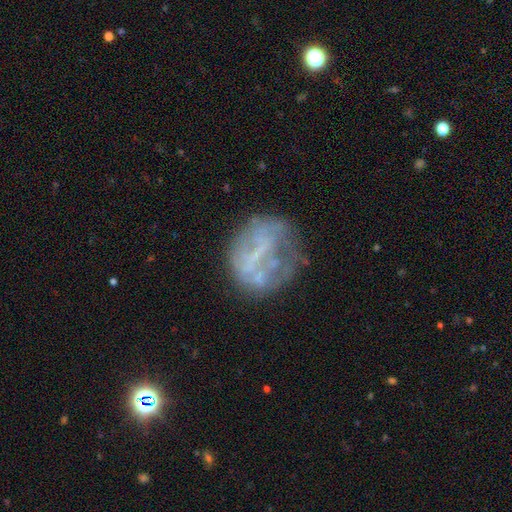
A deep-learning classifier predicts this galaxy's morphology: type=featured or disk (54%); edge-on=no (97%); bar=no (67%); spiral arms=no (83%); bulge=none (74%); merging=none (54%).